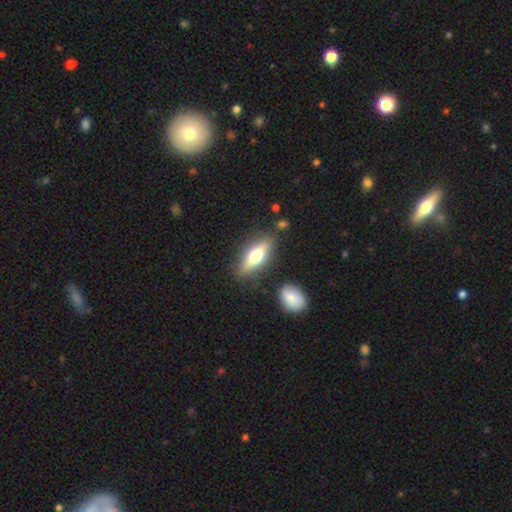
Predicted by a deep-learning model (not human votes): The model was most divided on "how rounded": in between: 59%, cigar-shaped: 38%, round: 3%. More confident: merging — none (82%); smooth or featured — smooth (57%).